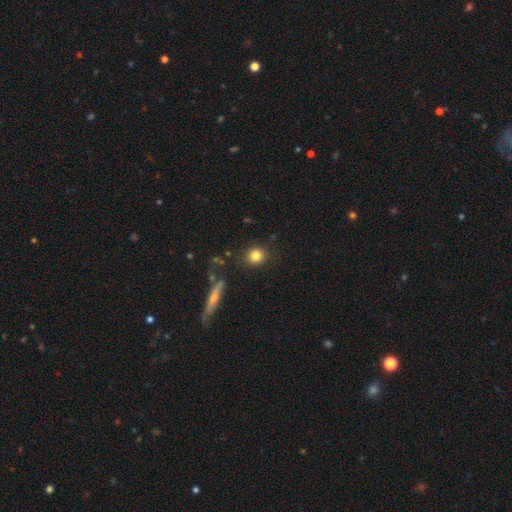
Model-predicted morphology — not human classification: Overall: smooth (82%). How rounded: round (86%). Merging: none (87%).